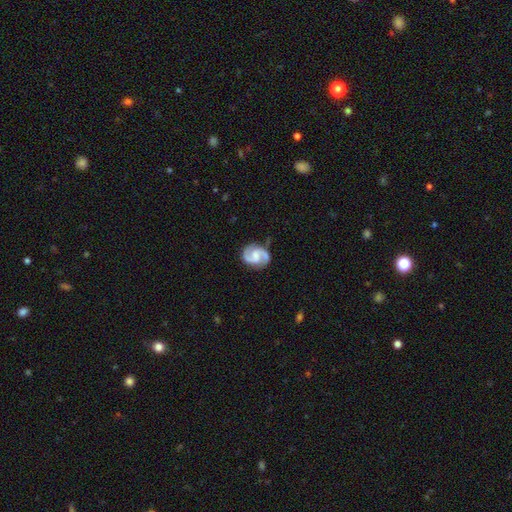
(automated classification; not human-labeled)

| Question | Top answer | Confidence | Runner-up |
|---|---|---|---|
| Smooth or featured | featured or disk | 87% | smooth (8%) |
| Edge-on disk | no | 98% | yes (2%) |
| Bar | weak | 47% | no (38%) |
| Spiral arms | yes | 98% | no (2%) |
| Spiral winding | medium | 56% | tight (25%) |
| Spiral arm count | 2 | 93% | can't tell (2%) |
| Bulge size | moderate | 33% | small (30%) |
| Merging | none | 81% | minor disturbance (14%) |